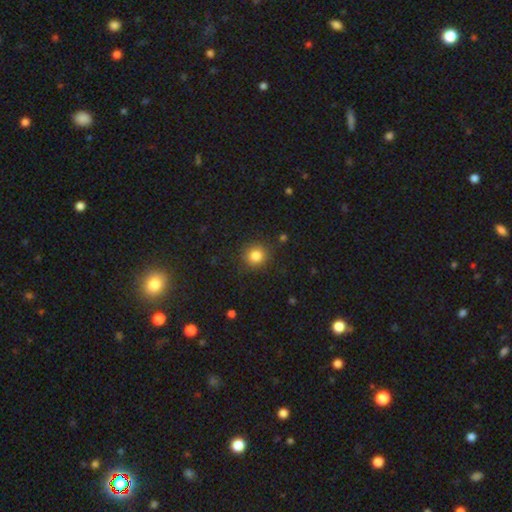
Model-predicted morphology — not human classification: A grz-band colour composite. It shows a smooth galaxy with no disk features (83%) that is round (90%). Merging: none (89%).